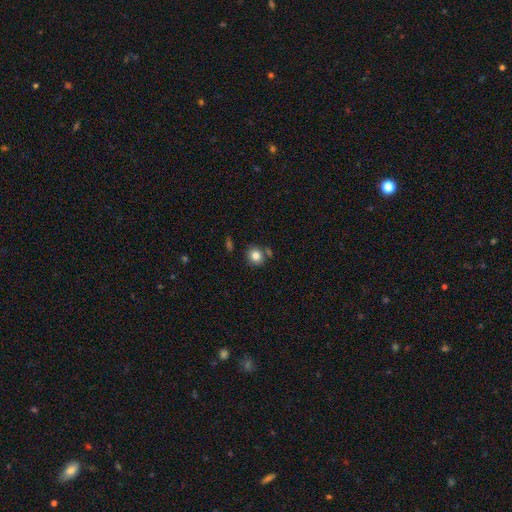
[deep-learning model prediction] Smooth or featured?
  - smooth: 82% *
  - star or artifact: 10%
  - featured or disk: 7%
How rounded?
  - round: 81% *
  - in between: 18%
  - cigar-shaped: 1%
Merging?
  - none: 77% *
  - minor disturbance: 11%
  - merger: 9%
  - major disturbance: 3%